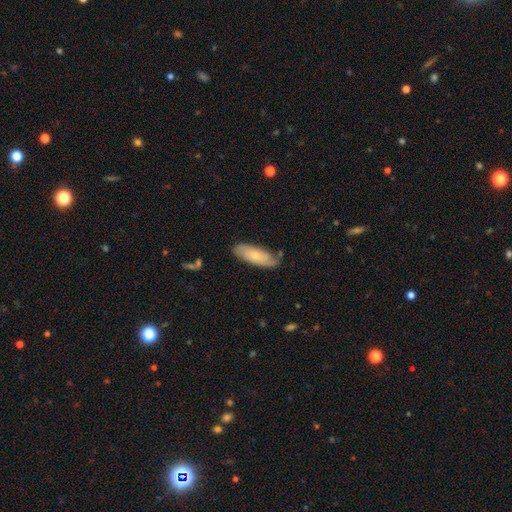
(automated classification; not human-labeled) Smooth or featured: smooth — 55% (featured or disk — 39%)
How rounded: in between — 68% (cigar-shaped — 30%)
Merging: none — 71% (minor disturbance — 22%)